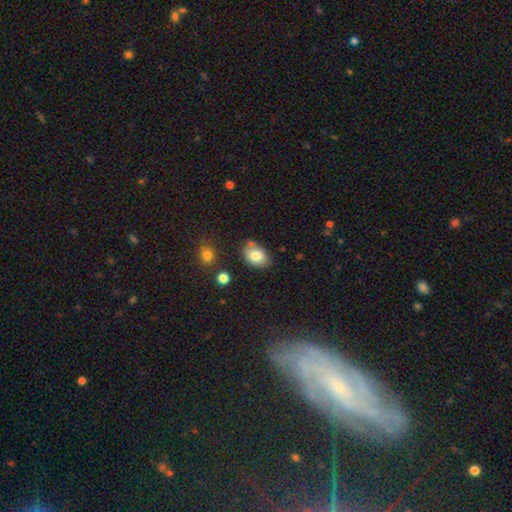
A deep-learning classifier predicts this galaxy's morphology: Smooth or featured: smooth — 80% (featured or disk — 11%)
How rounded: in between — 80% (round — 19%)
Merging: none — 67% (minor disturbance — 21%)